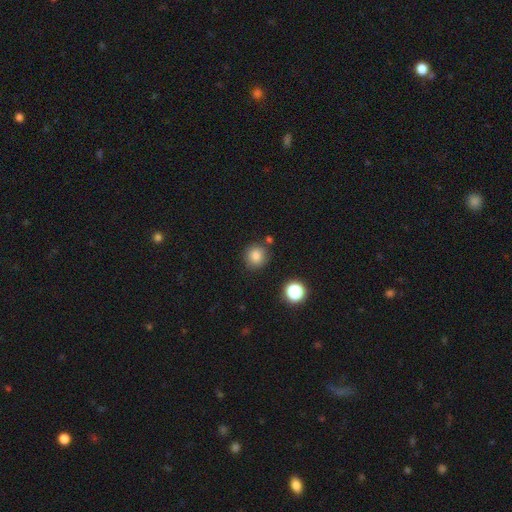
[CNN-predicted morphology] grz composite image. It shows a smooth galaxy with no disk features (83%) that is round (87%). Merging: none (81%).